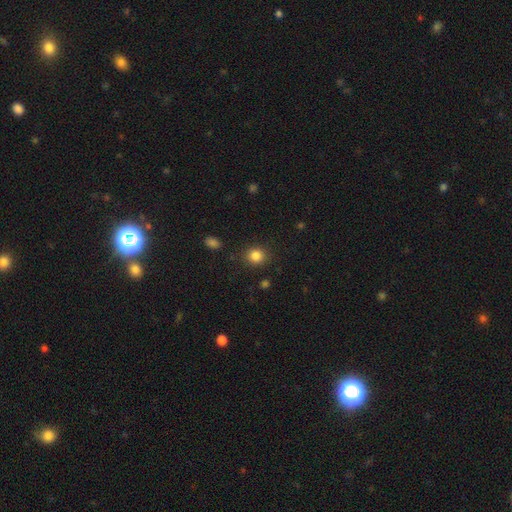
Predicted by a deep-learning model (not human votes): smooth-or-featured: smooth: 84% | star or artifact: 11% | featured or disk: 4%
  how-rounded: round: 80% | in between: 19% | cigar-shaped: 1%
  merging: none: 87% | minor disturbance: 8% | major disturbance: 3% | merger: 2%